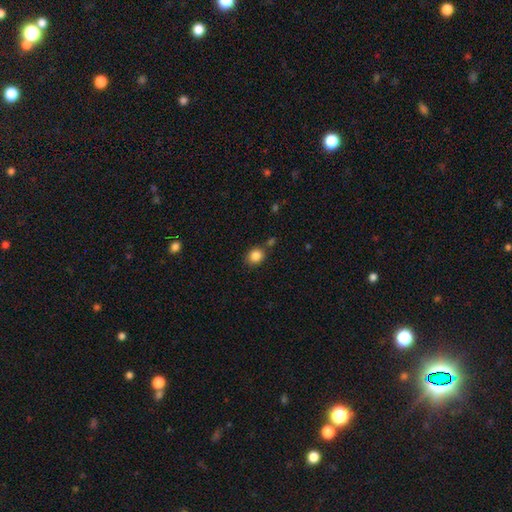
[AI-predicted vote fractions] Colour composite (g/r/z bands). It shows a smooth galaxy with no disk features (86%) that is round (67%). Merging: none (76%).